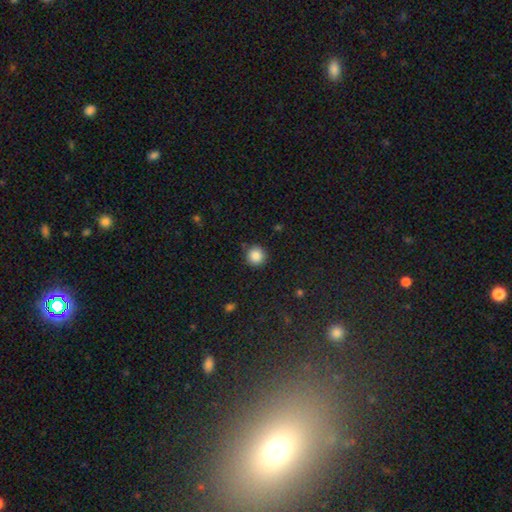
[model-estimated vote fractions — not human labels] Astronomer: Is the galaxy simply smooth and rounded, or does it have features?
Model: smooth — 86%.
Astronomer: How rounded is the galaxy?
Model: round — 94%.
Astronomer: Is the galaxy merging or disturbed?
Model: none — 86%.